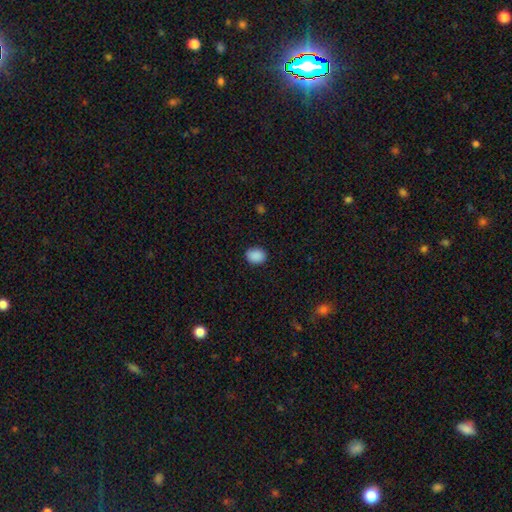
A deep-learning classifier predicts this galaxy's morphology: A smooth galaxy with no disk features (90%) that is in between round and cigar-shaped (60%). Merging: none (87%).